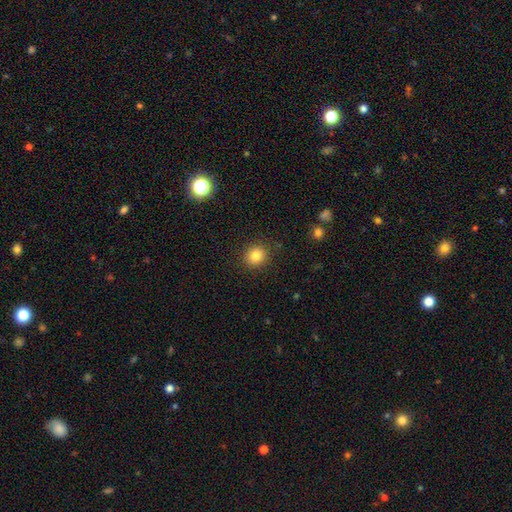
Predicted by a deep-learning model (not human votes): smooth 83%, star or artifact 11%, featured or disk 6%. Down the decision tree: how rounded — round (84%); merging — none (89%).